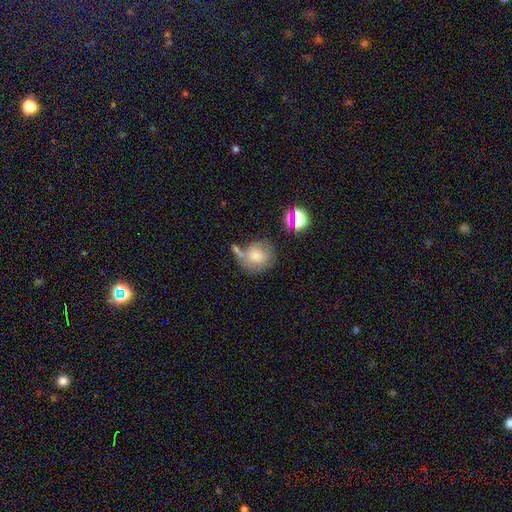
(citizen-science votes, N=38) Q: Smooth or featured?
A: smooth (87%); runner-up: featured or disk (13%)
Q: How rounded?
A: round (58%); runner-up: in between (42%)
Q: Merging?
A: none (39%); runner-up: merger (24%)